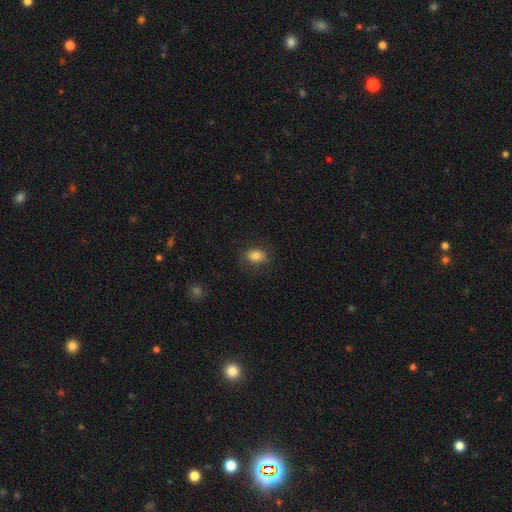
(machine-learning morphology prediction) Smooth or featured? smooth (81%)
How rounded? in between (70%)
Merging? none (73%)